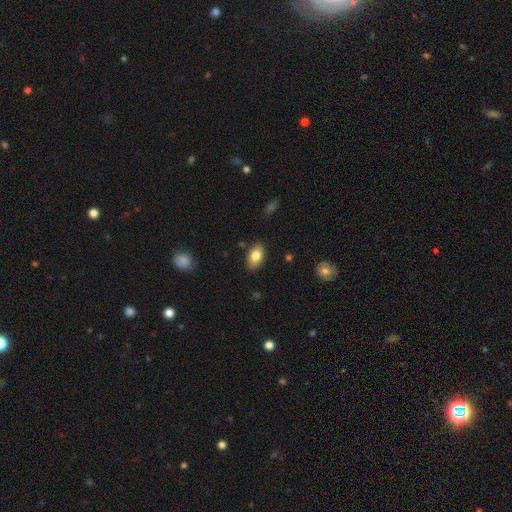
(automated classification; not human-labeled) smooth_or_featured: smooth (p=0.82) [alt: featured or disk p=0.10]
how_rounded: in between (p=0.91) [alt: round p=0.07]
merging: none (p=0.84) [alt: minor disturbance p=0.12]